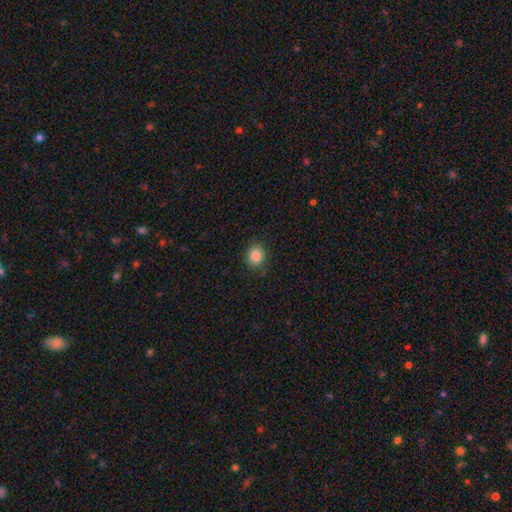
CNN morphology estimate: Smooth or featured: smooth — 85% (star or artifact — 10%)
How rounded: round — 71% (in between — 28%)
Merging: none — 85% (minor disturbance — 11%)